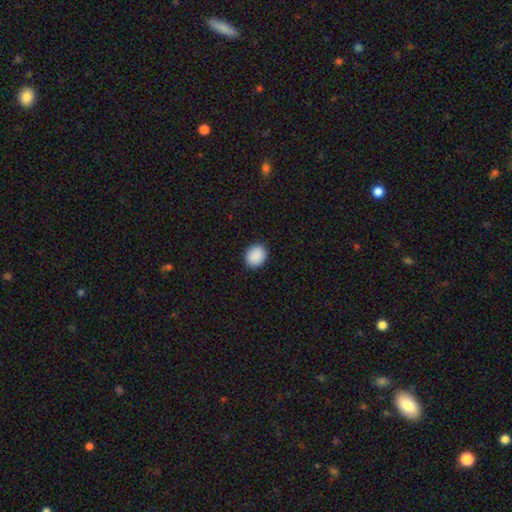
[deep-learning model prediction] Morphology: type=smooth (90%); roundness=round (51%); merging=none (89%).